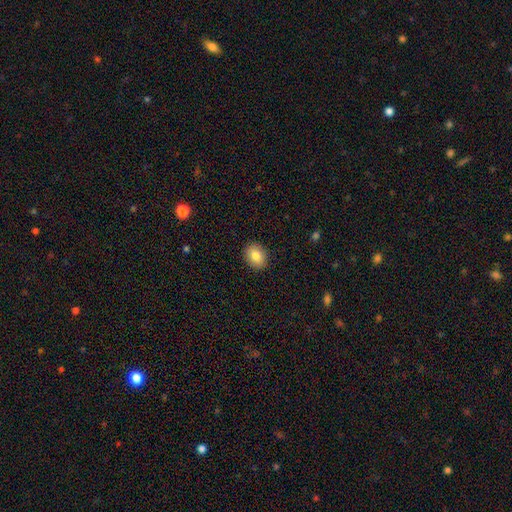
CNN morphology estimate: Smooth or featured?
  - smooth: 83% *
  - featured or disk: 9%
  - star or artifact: 8%
How rounded?
  - in between: 51% *
  - round: 48%
  - cigar-shaped: 1%
Merging?
  - none: 91% *
  - minor disturbance: 7%
  - major disturbance: 2%
  - merger: 1%